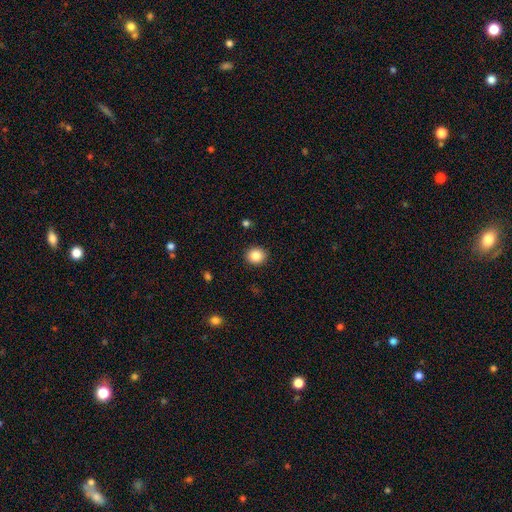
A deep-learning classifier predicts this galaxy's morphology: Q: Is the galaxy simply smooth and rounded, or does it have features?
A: smooth — 85%.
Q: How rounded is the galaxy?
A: round — 78%.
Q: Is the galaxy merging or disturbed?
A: none — 91%.